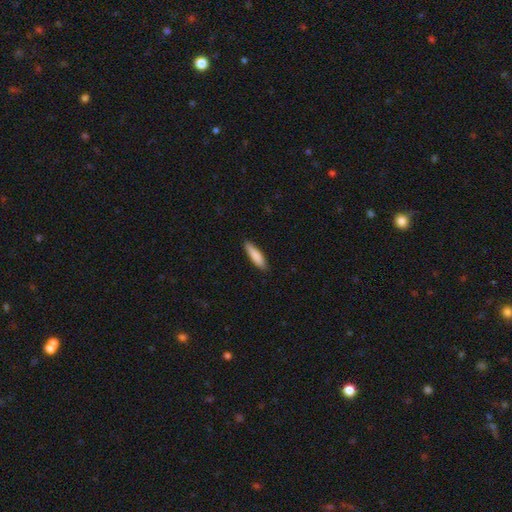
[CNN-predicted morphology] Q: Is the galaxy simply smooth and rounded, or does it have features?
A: smooth — 85%.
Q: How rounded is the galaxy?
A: cigar-shaped — 69%.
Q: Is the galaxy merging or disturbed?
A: none — 86%.